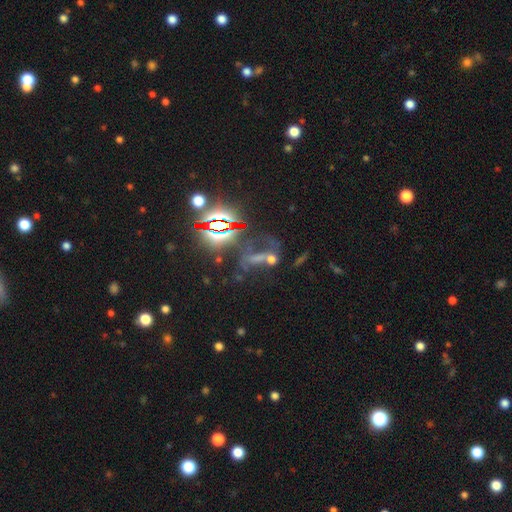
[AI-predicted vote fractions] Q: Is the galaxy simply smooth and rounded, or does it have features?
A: star or artifact — 47%.